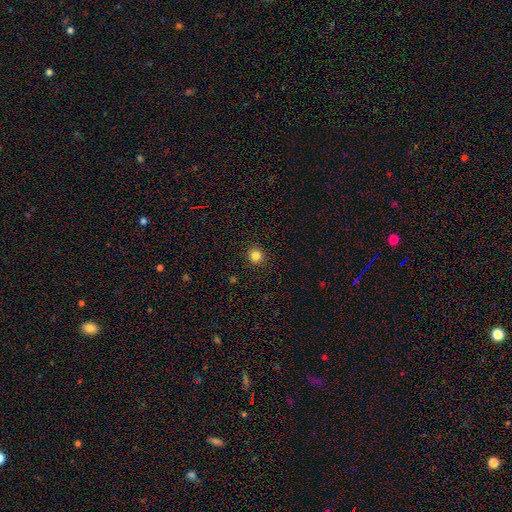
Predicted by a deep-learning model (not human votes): Smooth or featured? smooth (83%)
How rounded? round (90%)
Merging? none (92%)